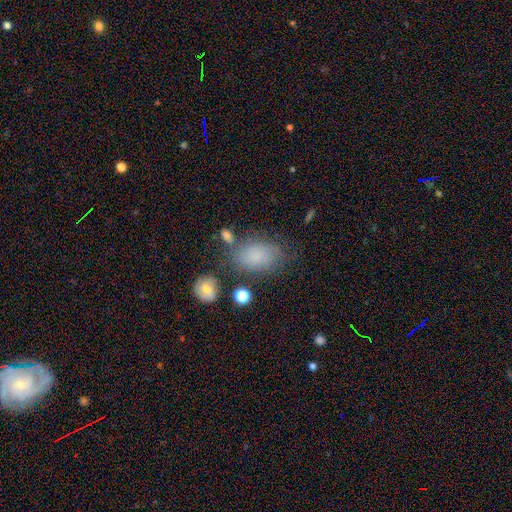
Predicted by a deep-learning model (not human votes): Morphology: type=smooth (77%); roundness=in between (83%); merging=none (62%).